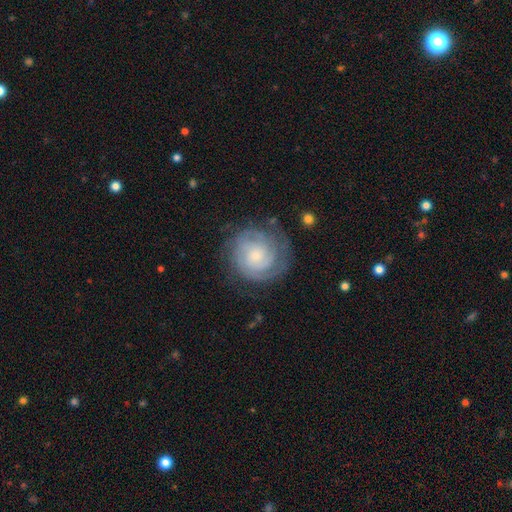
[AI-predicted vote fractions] Smooth or featured?
  - featured or disk: 79% *
  - smooth: 15%
  - star or artifact: 7%
Edge-on disk?
  - no: 98% *
  - yes: 2%
Bar?
  - no: 73% *
  - weak: 22%
  - strong: 4%
Spiral arms?
  - yes: 96% *
  - no: 4%
Spiral winding?
  - tight: 79% *
  - medium: 17%
  - loose: 4%
Spiral arm count?
  - can't tell: 33% *
  - 2: 28%
  - 3: 19%
  - 4: 8%
  - 1: 6%
  - more than 4: 5%
Bulge size?
  - small: 67% *
  - moderate: 24%
  - none: 4%
  - large: 3%
  - dominant: 1%
Merging?
  - none: 78% *
  - minor disturbance: 15%
  - major disturbance: 6%
  - merger: 1%